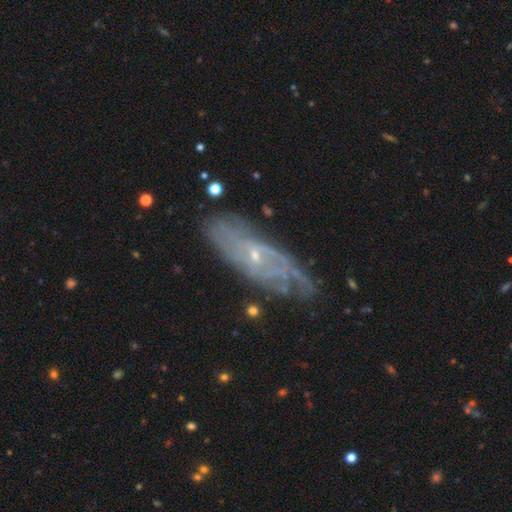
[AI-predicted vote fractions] featured or disk 78%, smooth 14%, star or artifact 8%. Down the decision tree: edge-on disk — no (80%); bar — no (66%); spiral arms — yes (84%); spiral arm count — can't tell (59%); spiral winding — tight (59%); bulge size — small (81%); merging — none (70%).